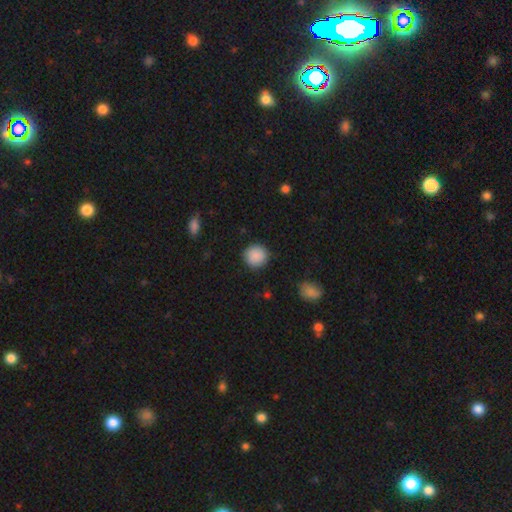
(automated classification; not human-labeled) A smooth galaxy with no disk features (89%) that is round (93%).

Vote fractions:
- Smooth or featured? smooth: 89% / star or artifact: 8% / featured or disk: 3%
- How rounded? round: 93% / in between: 6% / cigar-shaped: 1%
- Merging? none: 90% / minor disturbance: 7% / major disturbance: 2% / merger: 1%